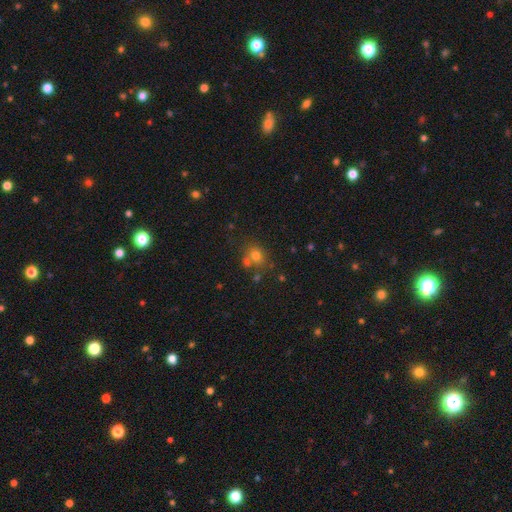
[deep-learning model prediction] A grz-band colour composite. It shows a smooth galaxy with no disk features (70%) that is round (71%). Merging: none (57%).